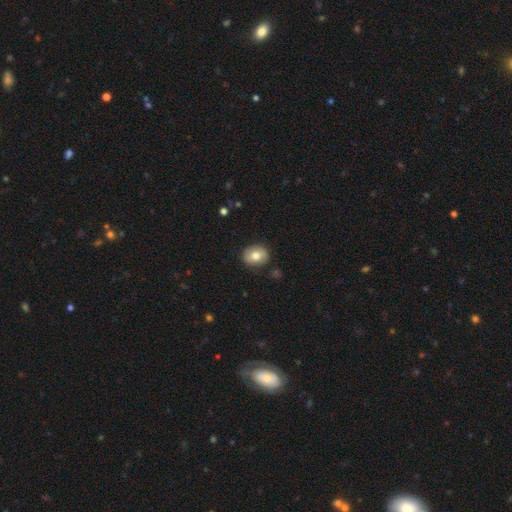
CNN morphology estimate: smooth-or-featured: smooth: 75% | featured or disk: 17% | star or artifact: 8%
  how-rounded: round: 55% | in between: 44% | cigar-shaped: 1%
  merging: none: 87% | minor disturbance: 9% | major disturbance: 2% | merger: 1%